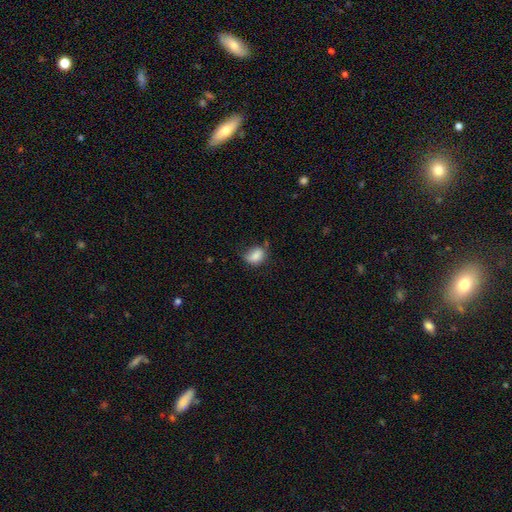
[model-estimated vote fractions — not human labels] This is clearly a smooth galaxy (82%). How rounded: likely in between (65%). Merging: possibly none (53%).